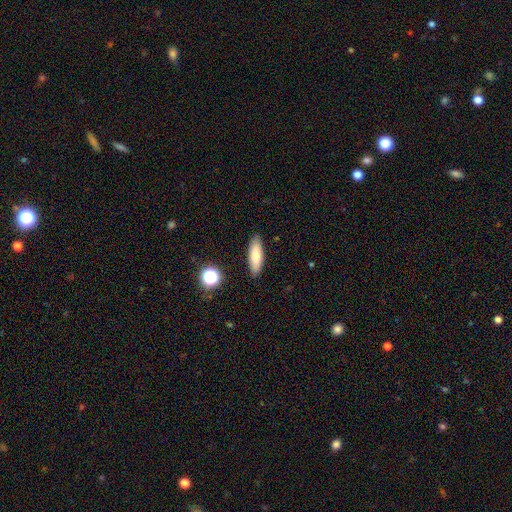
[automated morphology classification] smooth_or_featured: smooth (p=0.80) [alt: featured or disk p=0.13]
how_rounded: in between (p=0.54) [alt: cigar-shaped p=0.44]
merging: none (p=0.87) [alt: minor disturbance p=0.09]